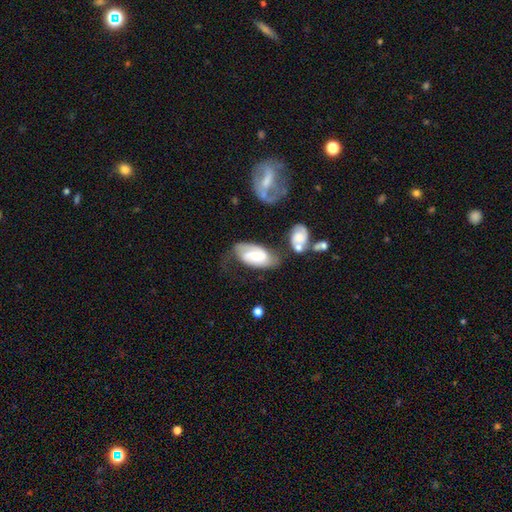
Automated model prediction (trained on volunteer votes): smooth_or_featured: featured or disk (p=0.68) [alt: smooth p=0.26]
disk_edge_on: no (p=0.95) [alt: yes p=0.05]
bar: no (p=0.54) [alt: weak p=0.36]
has_spiral_arms: yes (p=0.90) [alt: no p=0.10]
spiral_winding: medium (p=0.43) [alt: tight p=0.39]
spiral_arm_count: 2 (p=0.73) [alt: can't tell p=0.15]
bulge_size: moderate (p=0.49) [alt: small p=0.38]
merging: none (p=0.47) [alt: minor disturbance p=0.26]